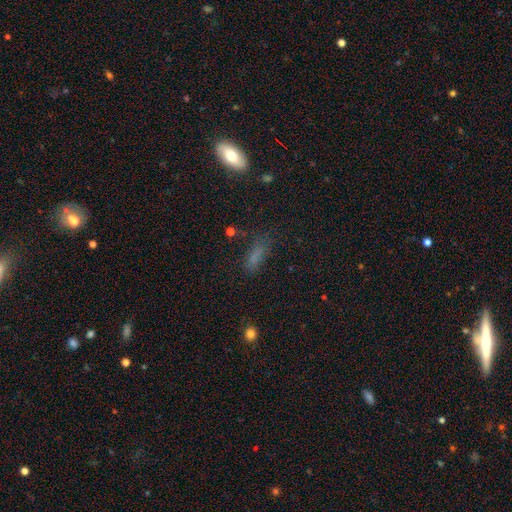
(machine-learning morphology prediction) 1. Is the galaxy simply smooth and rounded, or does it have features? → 70% smooth, 18% star or artifact, 12% featured or disk.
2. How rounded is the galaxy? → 58% in between, 37% cigar-shaped, 5% round.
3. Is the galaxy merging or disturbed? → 62% none, 22% minor disturbance, 12% major disturbance, 4% merger.